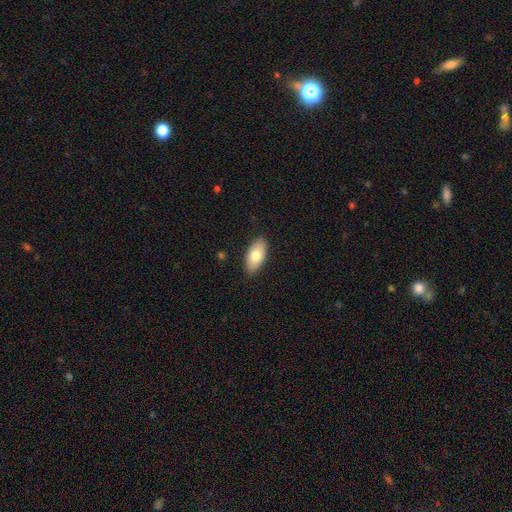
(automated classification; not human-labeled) The model was most divided on "smooth or featured": smooth: 77%, featured or disk: 17%, star or artifact: 6%. More confident: how rounded — in between (92%); merging — none (87%).